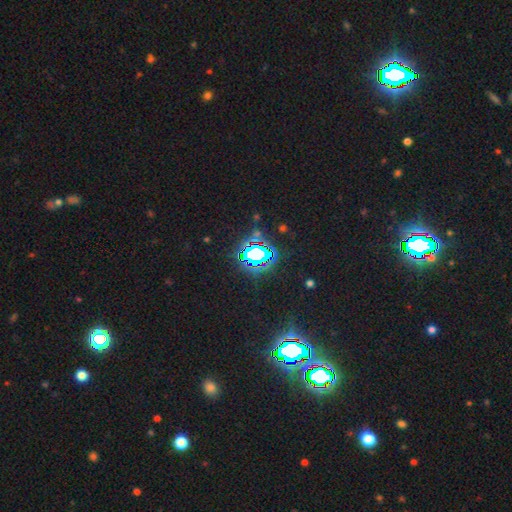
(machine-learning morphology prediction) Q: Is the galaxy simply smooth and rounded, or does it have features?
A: star or artifact — 75%.